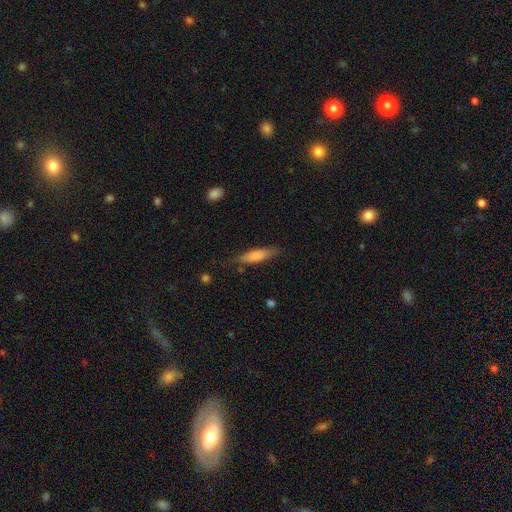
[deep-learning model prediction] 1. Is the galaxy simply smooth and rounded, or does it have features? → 77% smooth, 17% featured or disk, 6% star or artifact.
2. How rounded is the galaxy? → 66% cigar-shaped, 32% in between, 2% round.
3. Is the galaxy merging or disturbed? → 74% none, 19% minor disturbance, 5% major disturbance, 2% merger.